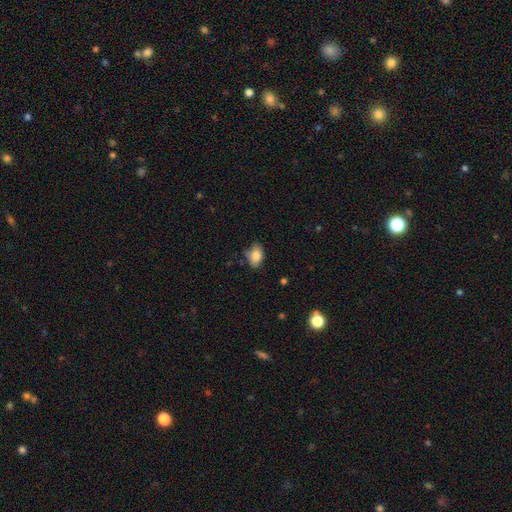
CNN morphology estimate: Smooth or featured? smooth (85%)
How rounded? in between (83%)
Merging? none (64%)